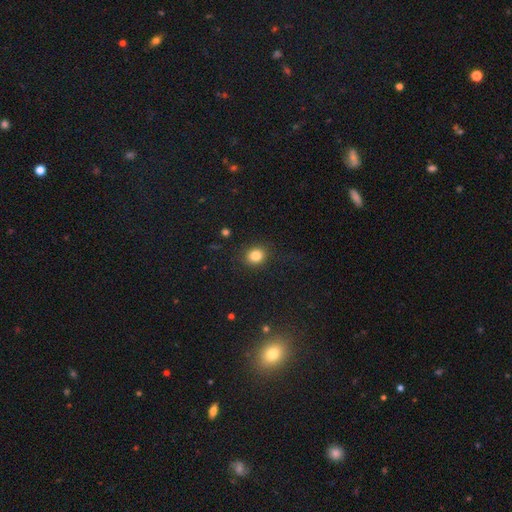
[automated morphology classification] A smooth galaxy with no disk features (84%) that is round (72%). Merging: none (87%).